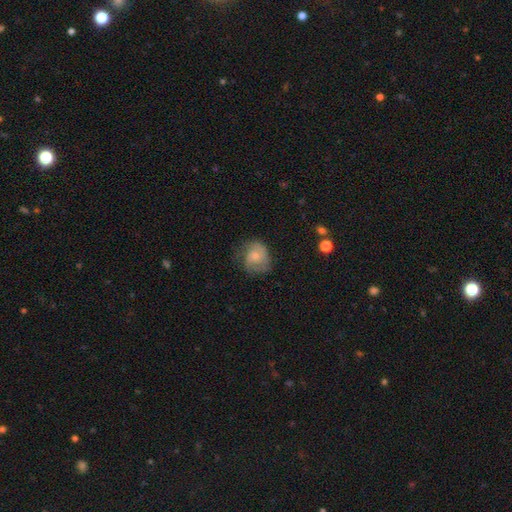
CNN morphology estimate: smooth-or-featured: smooth: 47% | featured or disk: 45% | star or artifact: 8%
  merging: none: 58% | minor disturbance: 27% | major disturbance: 14% | merger: 1%